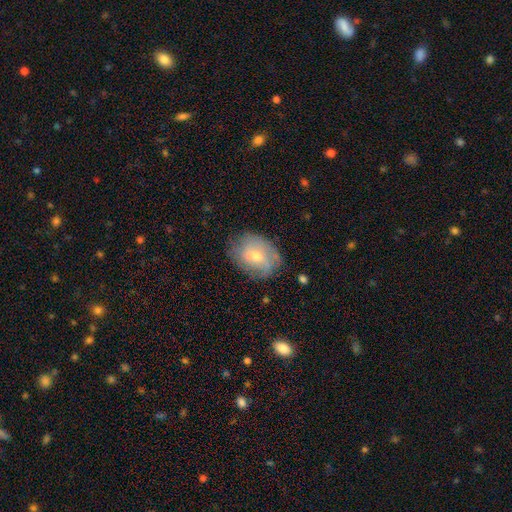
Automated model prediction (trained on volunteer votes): smooth_or_featured: featured or disk (p=0.46) [alt: smooth p=0.45]
merging: none (p=0.69) [alt: minor disturbance p=0.22]